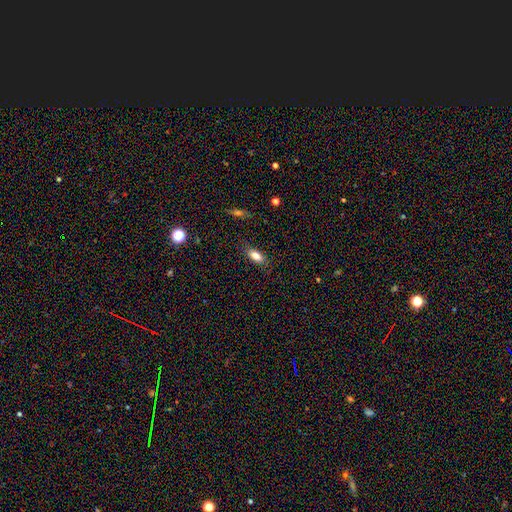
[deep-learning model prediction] Morphology: type=smooth (83%); roundness=in between (80%); merging=none (83%).